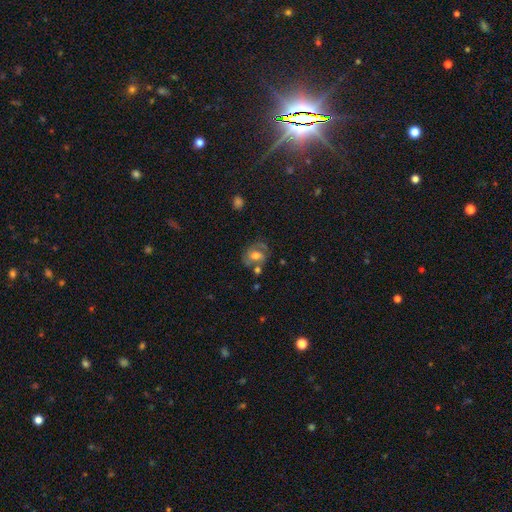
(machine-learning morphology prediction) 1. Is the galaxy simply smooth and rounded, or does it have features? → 45% smooth (tied), 45% featured or disk (tied), 10% star or artifact.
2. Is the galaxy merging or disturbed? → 54% none, 22% minor disturbance, 13% merger, 11% major disturbance.